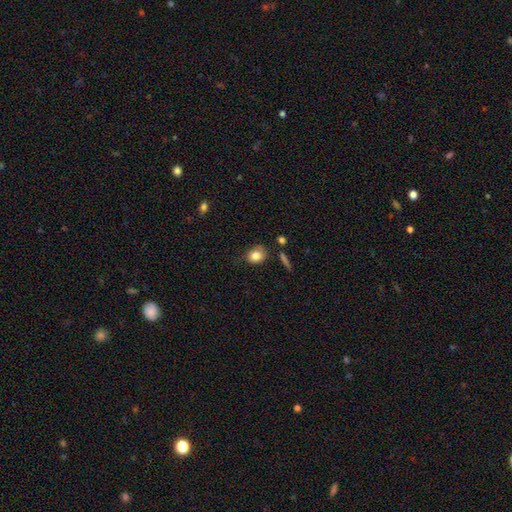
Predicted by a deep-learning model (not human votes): Smooth or featured: smooth — 82% (star or artifact — 9%)
How rounded: in between — 50% (round — 48%)
Merging: none — 62% (minor disturbance — 26%)